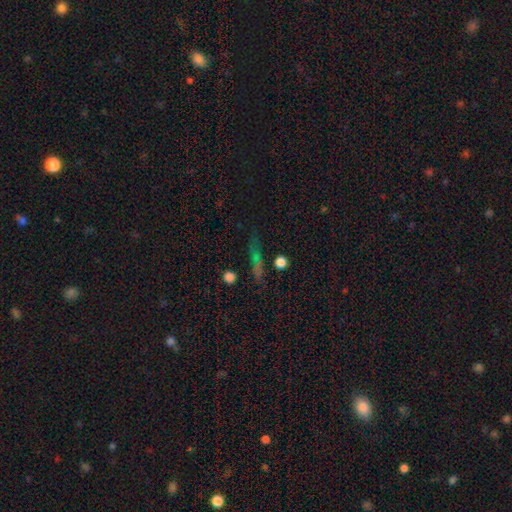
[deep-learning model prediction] smooth 44%, star or artifact 35%, featured or disk 21%. Down the decision tree: merging — none (78%).